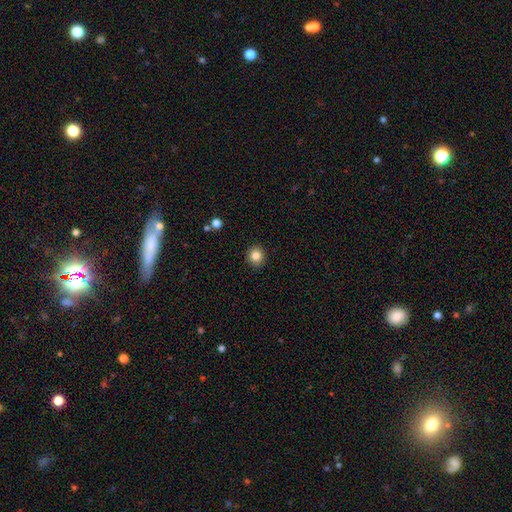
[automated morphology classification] Q: Smooth or featured?
A: smooth (84%); runner-up: star or artifact (11%)
Q: How rounded?
A: round (87%); runner-up: in between (12%)
Q: Merging?
A: none (91%); runner-up: minor disturbance (6%)